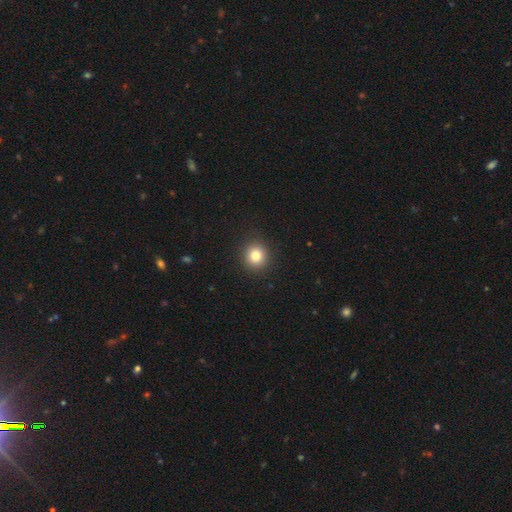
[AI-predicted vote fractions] A smooth galaxy with no disk features (82%) that is round (88%). Merging: none (92%).